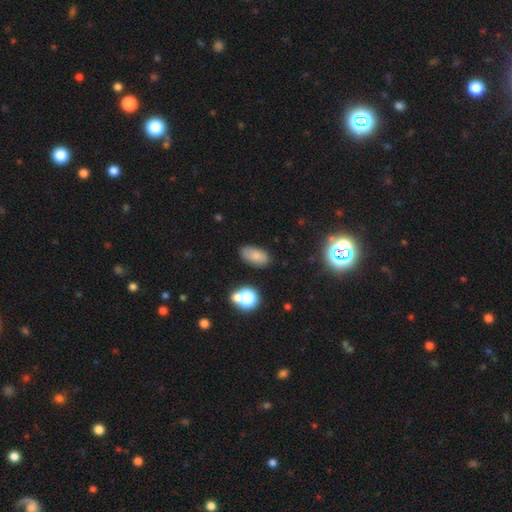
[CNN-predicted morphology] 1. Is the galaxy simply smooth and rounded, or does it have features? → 77% smooth, 13% star or artifact, 10% featured or disk.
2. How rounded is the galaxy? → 90% in between, 6% round, 4% cigar-shaped.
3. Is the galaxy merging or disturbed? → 80% none, 13% minor disturbance, 4% major disturbance, 3% merger.